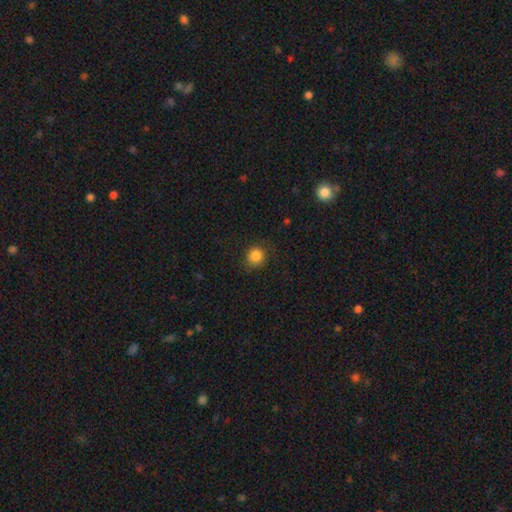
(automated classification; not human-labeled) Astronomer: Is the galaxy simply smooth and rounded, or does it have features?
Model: smooth — 85%.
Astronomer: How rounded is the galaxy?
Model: round — 86%.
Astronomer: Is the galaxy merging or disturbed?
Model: none — 82%.